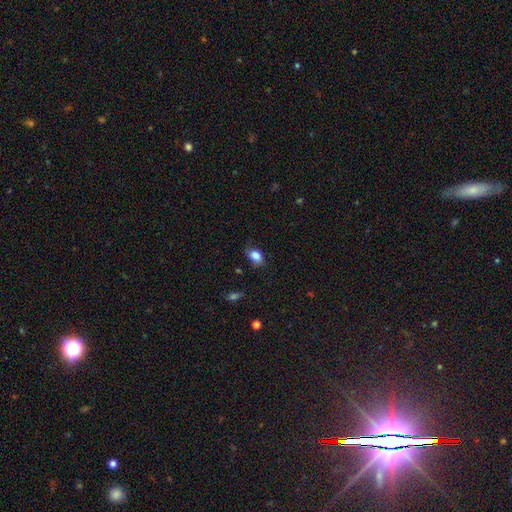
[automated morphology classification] Smooth or featured? smooth (84%)
How rounded? in between (84%)
Merging? none (66%)